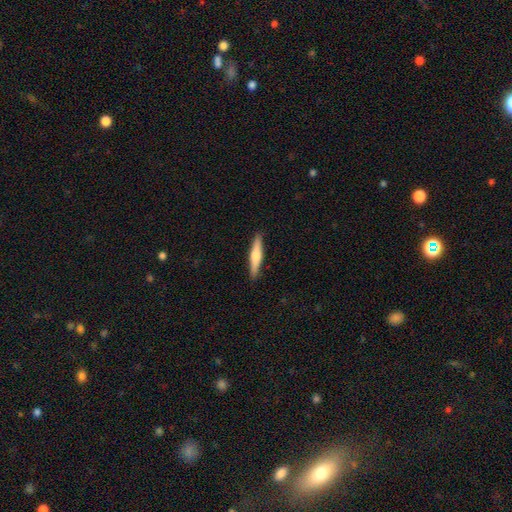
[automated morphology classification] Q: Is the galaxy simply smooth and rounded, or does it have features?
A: smooth — 47%, tied with featured or disk.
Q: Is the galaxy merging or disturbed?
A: none — 91%.